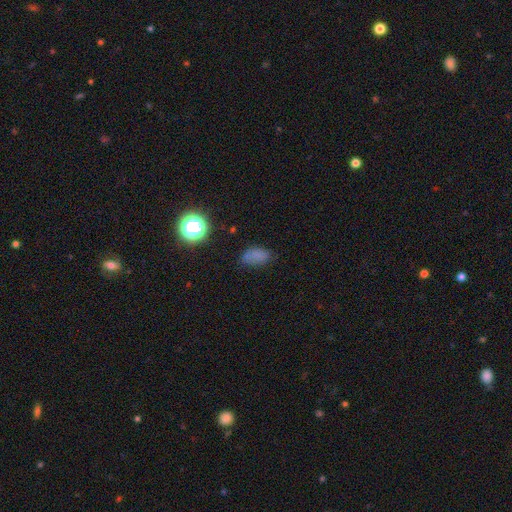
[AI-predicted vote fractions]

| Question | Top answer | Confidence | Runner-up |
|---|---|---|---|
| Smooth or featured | smooth | 69% | star or artifact (20%) |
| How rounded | in between | 87% | round (10%) |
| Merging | none | 62% | minor disturbance (25%) |